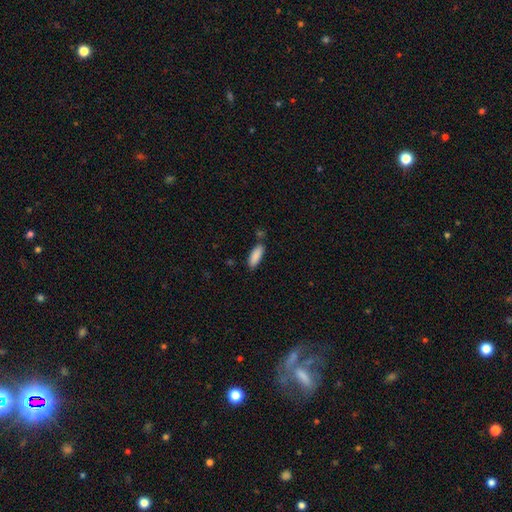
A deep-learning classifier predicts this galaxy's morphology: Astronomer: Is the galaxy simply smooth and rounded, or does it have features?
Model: smooth — 88%.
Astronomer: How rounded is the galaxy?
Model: in between — 66%.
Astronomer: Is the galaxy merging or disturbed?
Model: none — 77%.